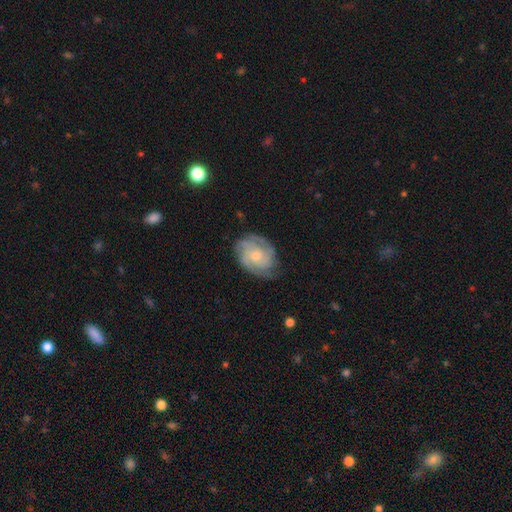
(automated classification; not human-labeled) smooth-or-featured: featured or disk: 78% | smooth: 16% | star or artifact: 6%
  disk-edge-on: no: 97% | yes: 3%
    bar: no: 70% | weak: 26% | strong: 3%
    has-spiral-arms: yes: 95% | no: 5%
      spiral-winding: tight: 58% | medium: 35% | loose: 7%
      spiral-arm-count: 3: 32% | can't tell: 26% | 2: 22% | 4: 10% | 1: 5% | more than 4: 5%
    bulge-size: moderate: 45% | small: 44% | none: 6% | large: 4% | dominant: 1%
  merging: none: 72% | minor disturbance: 20% | major disturbance: 6% | merger: 1%